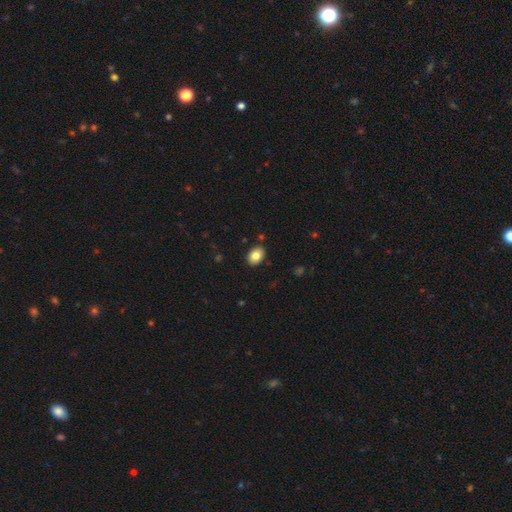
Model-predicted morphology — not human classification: Smooth or featured? Predicted: smooth (p=0.83). How rounded? Predicted: in between (p=0.78). Merging? Predicted: none (p=0.89).